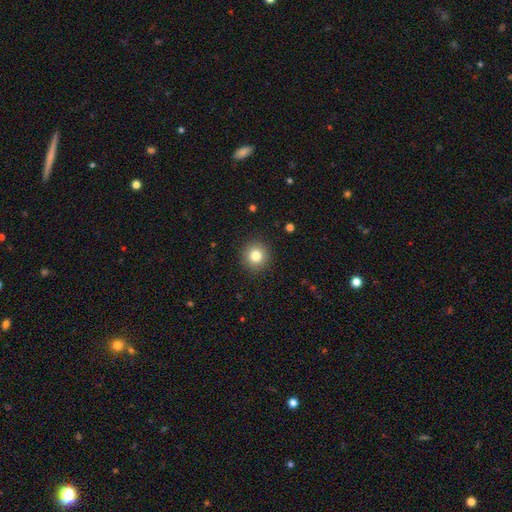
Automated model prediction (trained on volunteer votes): smooth-or-featured: smooth: 81% | star or artifact: 11% | featured or disk: 8%
  how-rounded: round: 94% | in between: 5% | cigar-shaped: 1%
  merging: none: 92% | minor disturbance: 5% | major disturbance: 2% | merger: 1%